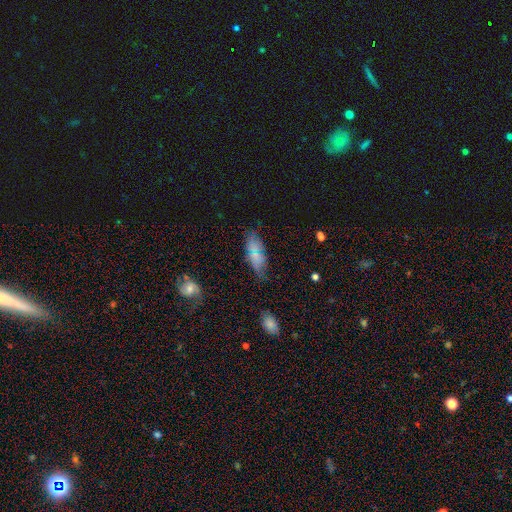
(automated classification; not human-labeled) The model was most divided on "smooth or featured": smooth: 70%, featured or disk: 16%, star or artifact: 14%. More confident: how rounded — in between (83%); merging — none (74%).